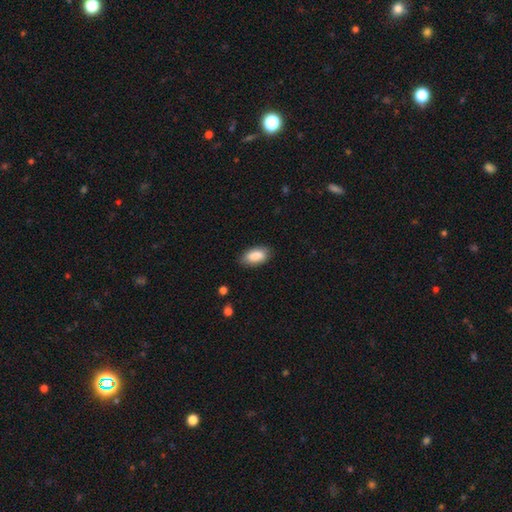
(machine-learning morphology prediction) A smooth galaxy with no disk features (87%) that is in between round and cigar-shaped (92%). Merging: none (82%).